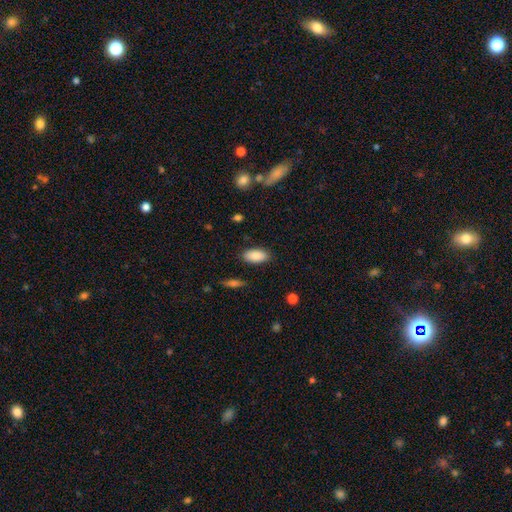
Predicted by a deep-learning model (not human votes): Smooth or featured?
  - smooth: 87% *
  - star or artifact: 7%
  - featured or disk: 6%
How rounded?
  - in between: 93% *
  - cigar-shaped: 4%
  - round: 3%
Merging?
  - none: 86% *
  - minor disturbance: 10%
  - major disturbance: 2%
  - merger: 1%